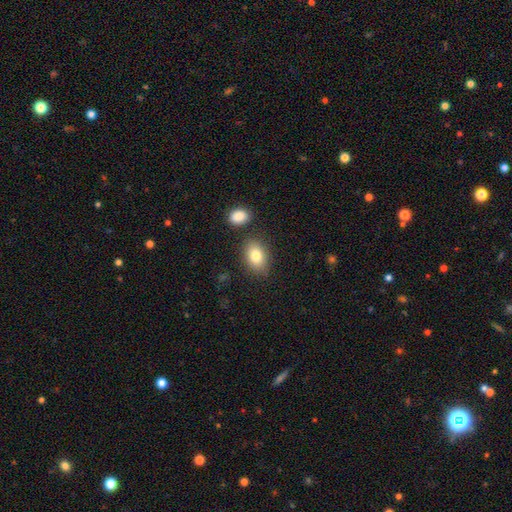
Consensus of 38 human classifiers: Smooth or featured?
  - smooth: 92% *
  - featured or disk: 5%
  - star or artifact: 3%
How rounded?
  - in between: 80% *
  - round: 14%
  - cigar-shaped: 6%
Merging?
  - none: 81% *
  - merger: 14%
  - major disturbance: 5%
  - minor disturbance: 0%